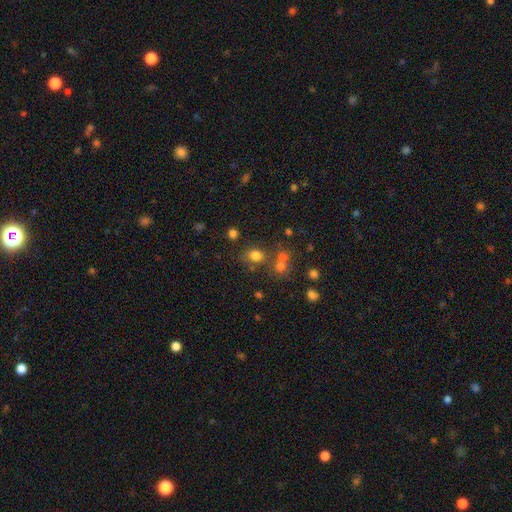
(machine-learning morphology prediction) This is likely a smooth galaxy (75%). How rounded: possibly round (52%). Merging: likely none (64%).